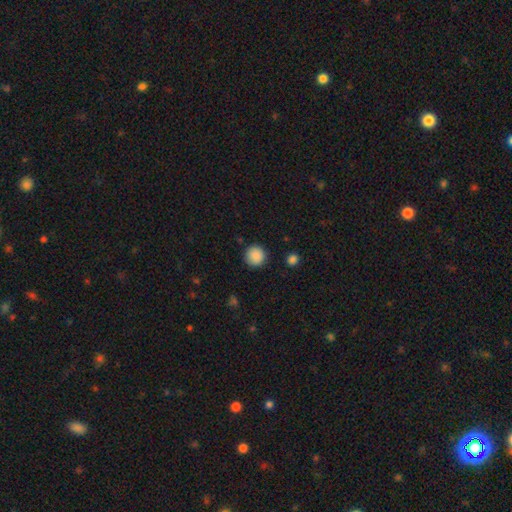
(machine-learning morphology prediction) A smooth galaxy with no disk features (88%) that is round (95%). Merging: none (89%).